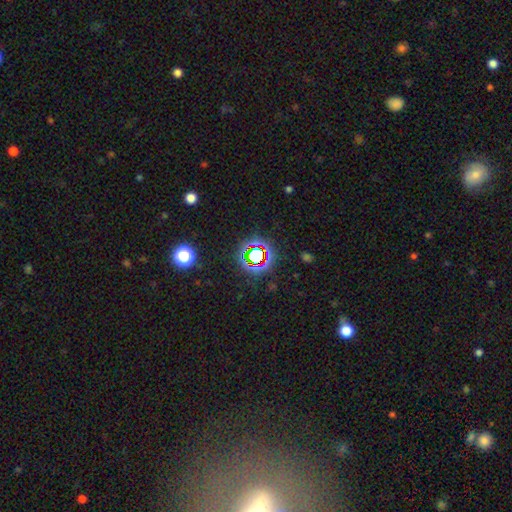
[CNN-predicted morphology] A star or artifact, not a galaxy (71%).